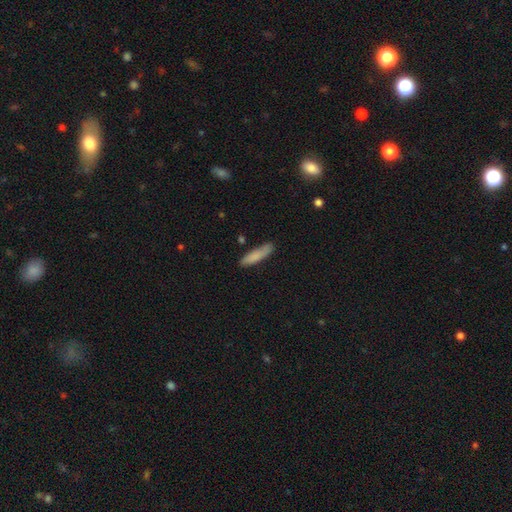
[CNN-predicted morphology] A smooth galaxy with no disk features (83%) that is cigar-shaped (77%).

Vote fractions:
- Smooth or featured? smooth: 83% / featured or disk: 11% / star or artifact: 7%
- How rounded? cigar-shaped: 77% / in between: 21% / round: 1%
- Merging? none: 77% / minor disturbance: 17% / major disturbance: 3% / merger: 3%